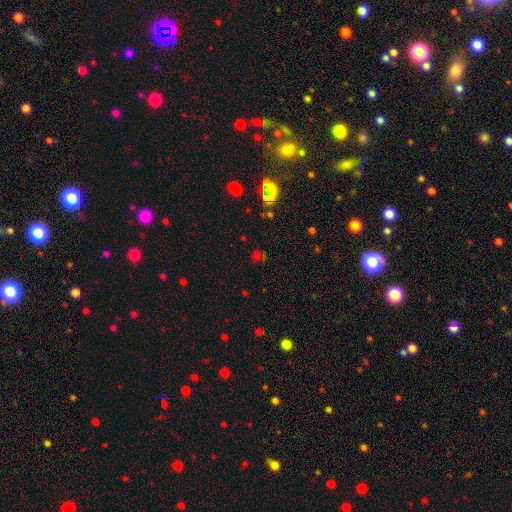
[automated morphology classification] Smooth or featured: star or artifact — 53% (smooth — 37%)